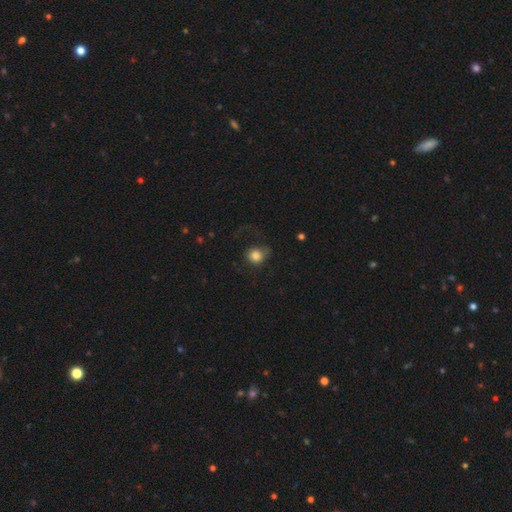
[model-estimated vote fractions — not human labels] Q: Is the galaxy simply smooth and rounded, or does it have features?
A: smooth — 81%.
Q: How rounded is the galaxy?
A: round — 78%.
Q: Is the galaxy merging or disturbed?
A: none — 53%.